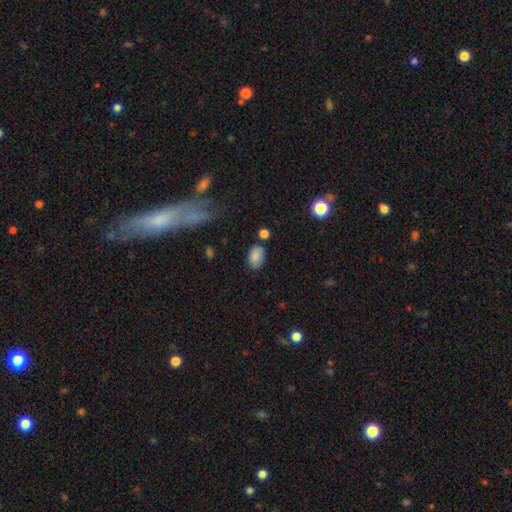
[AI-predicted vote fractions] smooth-or-featured: smooth: 85% | star or artifact: 9% | featured or disk: 6%
  how-rounded: in between: 87% | round: 12% | cigar-shaped: 1%
  merging: none: 74% | minor disturbance: 17% | merger: 5% | major disturbance: 4%